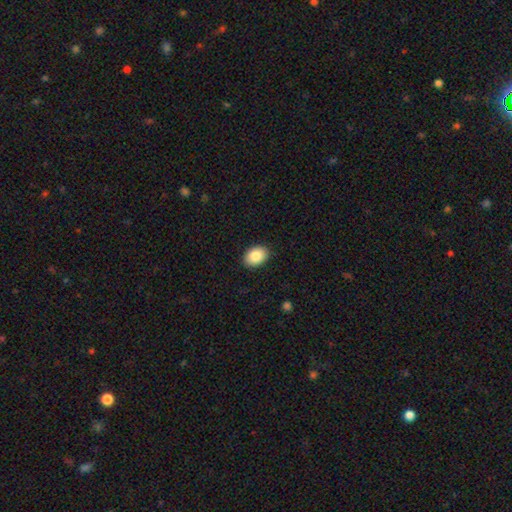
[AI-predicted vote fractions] smooth 87%, star or artifact 7%, featured or disk 6%. Down the decision tree: how rounded — in between (79%); merging — none (90%).